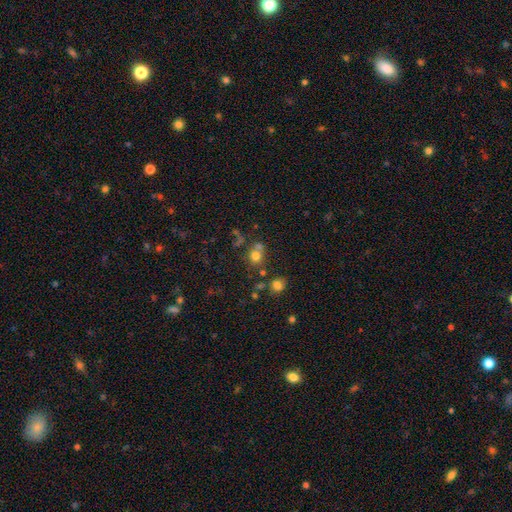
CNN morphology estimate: smooth 71%, star or artifact 17%, featured or disk 12%. Down the decision tree: how rounded — round (75%); merging — none (53%).